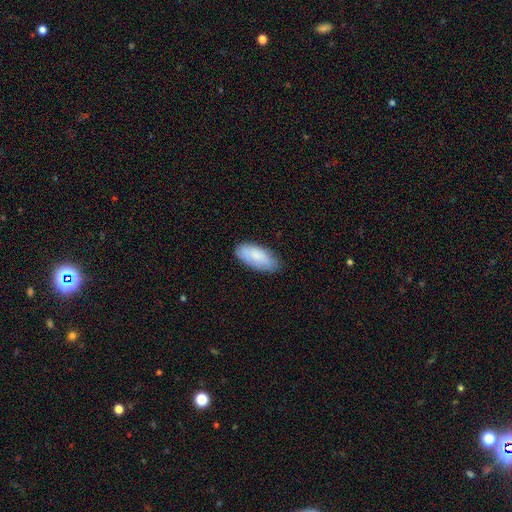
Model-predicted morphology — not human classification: This is clearly a smooth galaxy (83%). How rounded: clearly in between (90%). Merging: clearly none (80%).